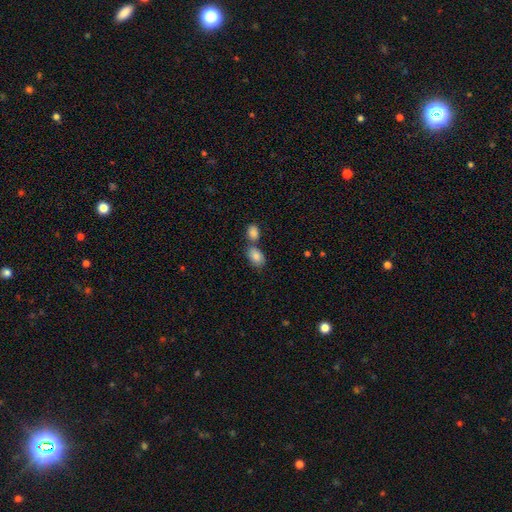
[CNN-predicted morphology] smooth_or_featured: smooth (p=0.85) [alt: featured or disk p=0.08]
how_rounded: in between (p=0.87) [alt: round p=0.12]
merging: merger (p=0.44) [alt: none p=0.41]